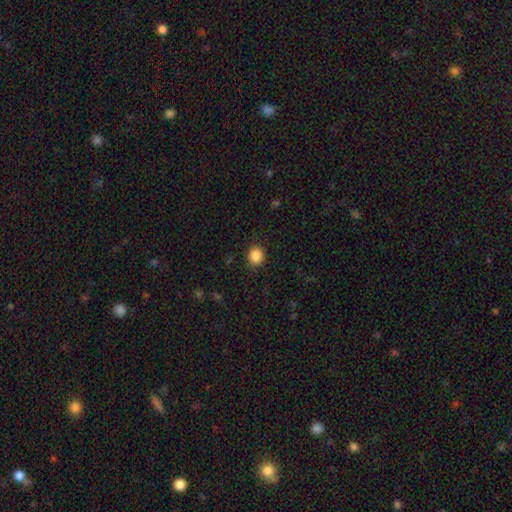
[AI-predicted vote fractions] Q: Smooth or featured?
A: smooth (87%); runner-up: star or artifact (10%)
Q: How rounded?
A: round (86%); runner-up: in between (13%)
Q: Merging?
A: none (90%); runner-up: minor disturbance (6%)